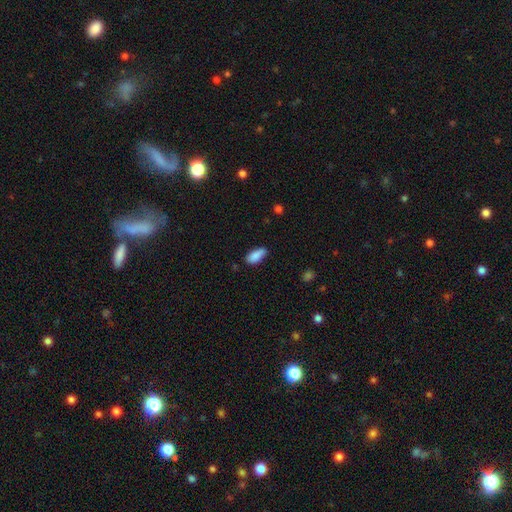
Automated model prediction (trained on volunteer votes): This is clearly a smooth galaxy (86%). How rounded: clearly in between (86%). Merging: likely none (63%).